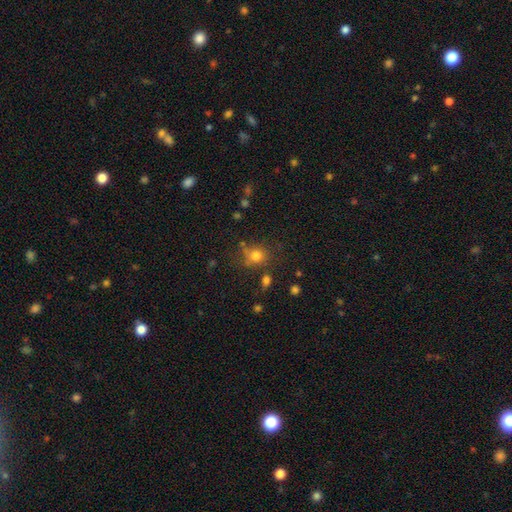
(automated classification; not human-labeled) Smooth or featured: smooth — 76% (star or artifact — 15%)
How rounded: round — 77% (in between — 22%)
Merging: none — 69% (minor disturbance — 15%)